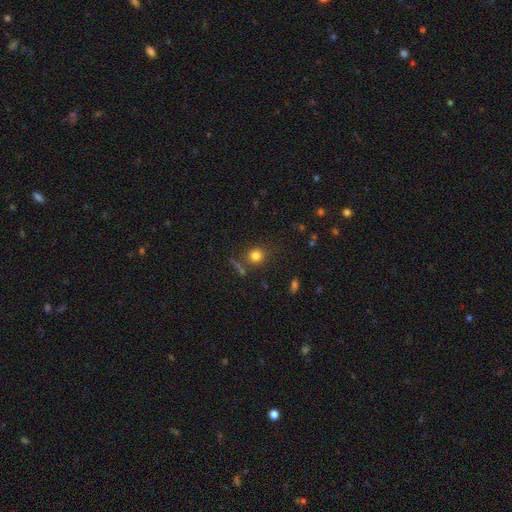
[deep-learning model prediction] Q: Smooth or featured?
A: smooth (79%); runner-up: star or artifact (14%)
Q: How rounded?
A: round (83%); runner-up: in between (16%)
Q: Merging?
A: none (74%); runner-up: minor disturbance (12%)